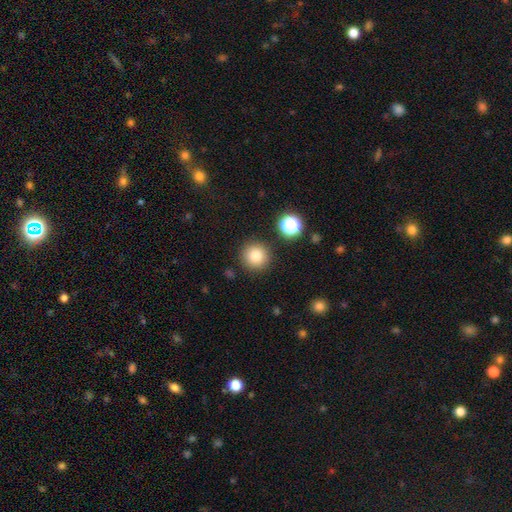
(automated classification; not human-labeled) smooth-or-featured: smooth: 81% | star or artifact: 11% | featured or disk: 7%
  how-rounded: round: 95% | in between: 4% | cigar-shaped: 1%
  merging: none: 89% | minor disturbance: 6% | merger: 3% | major disturbance: 2%